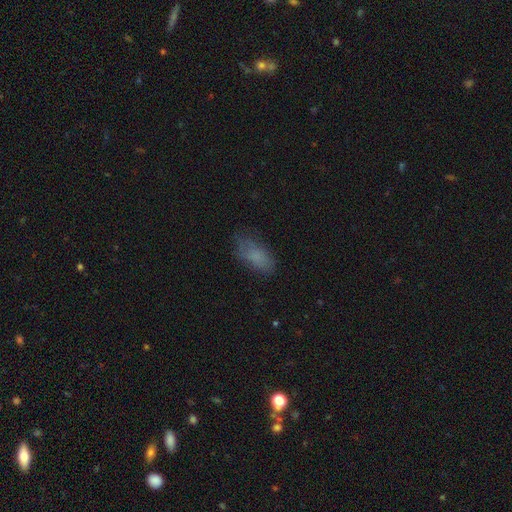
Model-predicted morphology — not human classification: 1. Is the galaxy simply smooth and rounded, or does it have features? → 78% smooth, 12% featured or disk, 10% star or artifact.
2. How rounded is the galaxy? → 88% in between, 9% cigar-shaped, 4% round.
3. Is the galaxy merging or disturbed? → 66% none, 23% minor disturbance, 10% major disturbance, 1% merger.